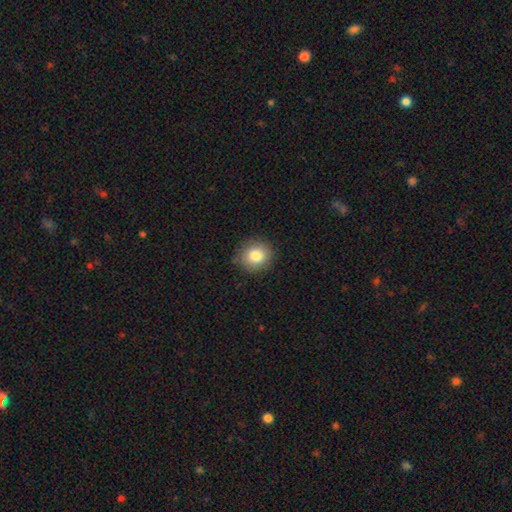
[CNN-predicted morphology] This appears to be a smooth galaxy with no disk features (82%) that is round (85%). Merging: none (86%).